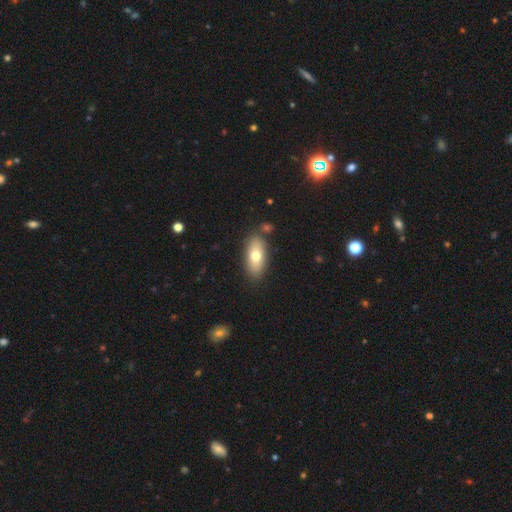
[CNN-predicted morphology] The model was most divided on "smooth or featured": smooth: 72%, featured or disk: 21%, star or artifact: 7%. More confident: how rounded — in between (87%); merging — none (82%).